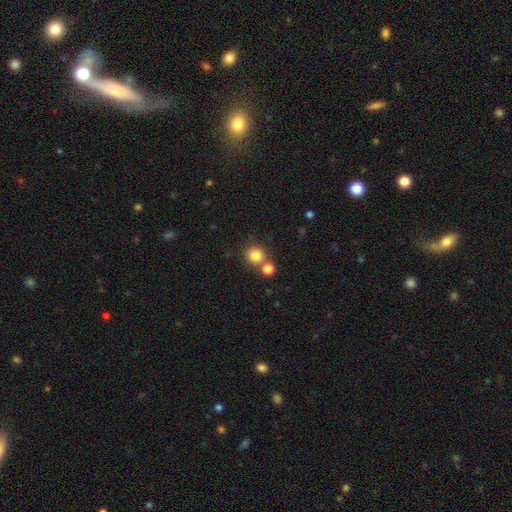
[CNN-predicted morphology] smooth 82%, star or artifact 11%, featured or disk 6%. Down the decision tree: how rounded — round (91%); merging — none (65%).